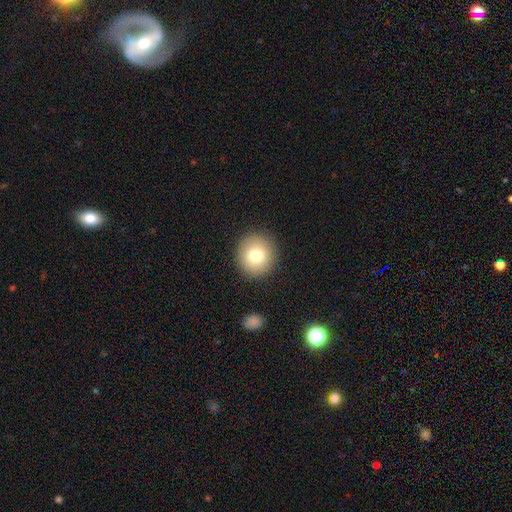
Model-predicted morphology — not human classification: type=smooth (78%); roundness=round (93%); merging=none (91%).